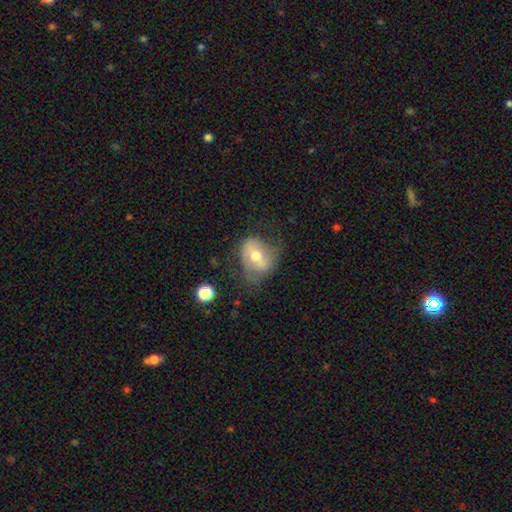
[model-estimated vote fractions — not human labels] smooth-or-featured: featured or disk: 51% | smooth: 41% | star or artifact: 9%
  disk-edge-on: no: 93% | yes: 7%
  merging: none: 48% | minor disturbance: 29% | major disturbance: 21% | merger: 2%